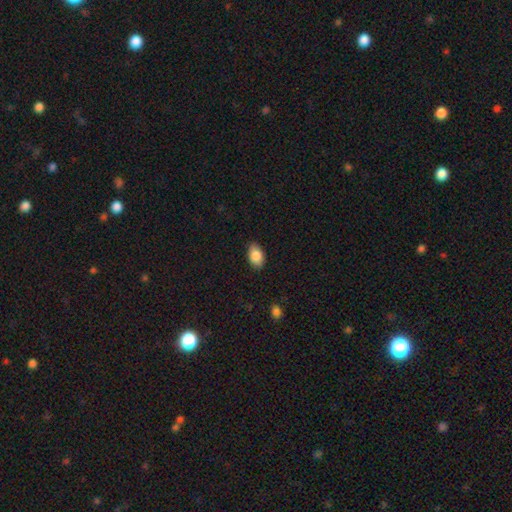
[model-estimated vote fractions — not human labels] A smooth galaxy with no disk features (86%) that is in between round and cigar-shaped (91%). Merging: none (86%).